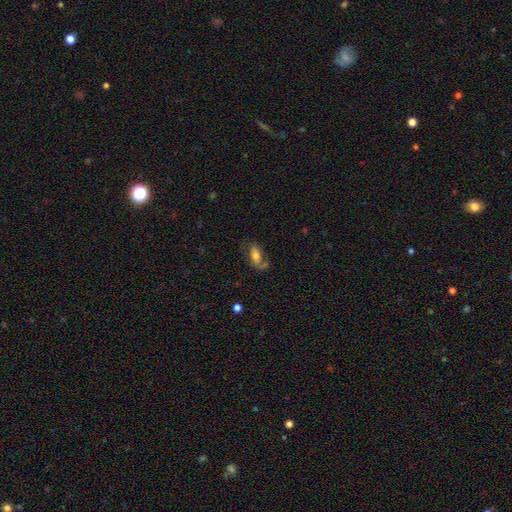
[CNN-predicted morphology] This appears to be a smooth galaxy with no disk features (67%) that is in between round and cigar-shaped (87%). Merging: none (51%).